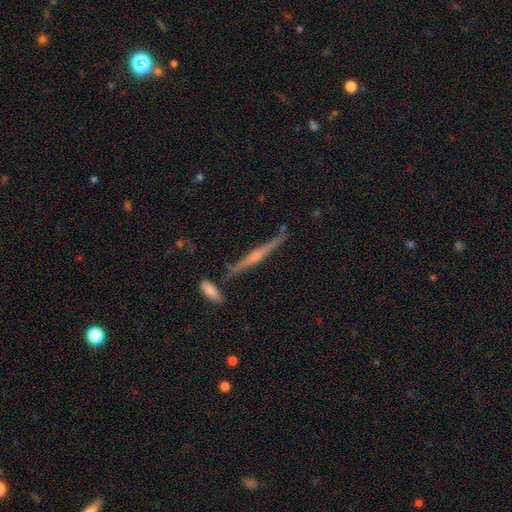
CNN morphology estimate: This is likely a featured or disk galaxy (76%). It is clearly viewed edge-on (97%). Edge-on bulge: likely rounded (73%). Merging: clearly none (82%).